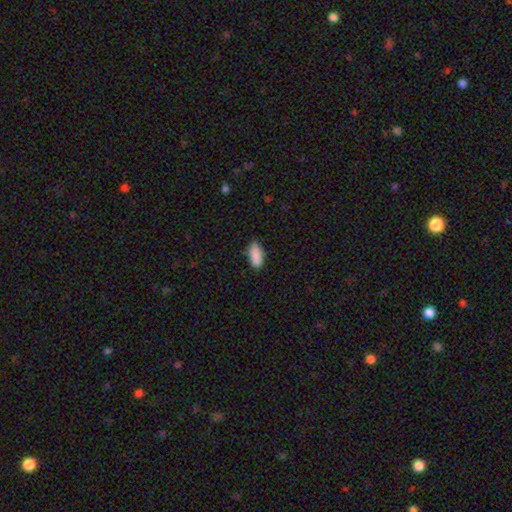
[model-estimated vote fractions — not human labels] A smooth galaxy with no disk features (89%) that is in between round and cigar-shaped (86%).

Vote fractions:
- Smooth or featured? smooth: 89% / star or artifact: 7% / featured or disk: 4%
- How rounded? in between: 86% / cigar-shaped: 12% / round: 2%
- Merging? none: 80% / minor disturbance: 16% / major disturbance: 3% / merger: 1%